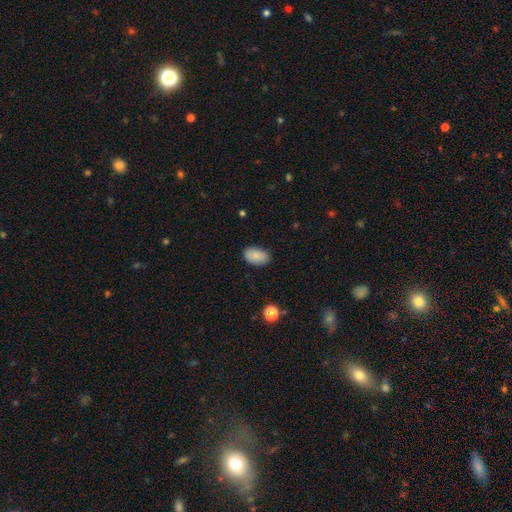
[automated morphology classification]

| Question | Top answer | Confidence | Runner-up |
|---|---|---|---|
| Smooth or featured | smooth | 85% | featured or disk (8%) |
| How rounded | in between | 92% | round (7%) |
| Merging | none | 84% | minor disturbance (13%) |